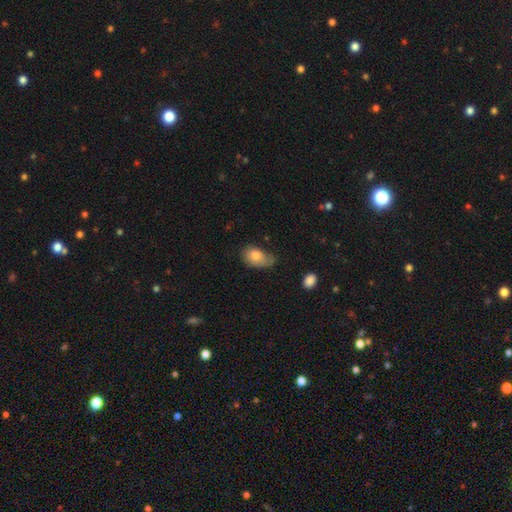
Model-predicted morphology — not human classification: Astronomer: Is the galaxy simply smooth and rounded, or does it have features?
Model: smooth — 79%.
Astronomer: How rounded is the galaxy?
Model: in between — 84%.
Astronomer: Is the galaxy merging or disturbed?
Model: minor disturbance — 42% (runner-up: none, 32%).